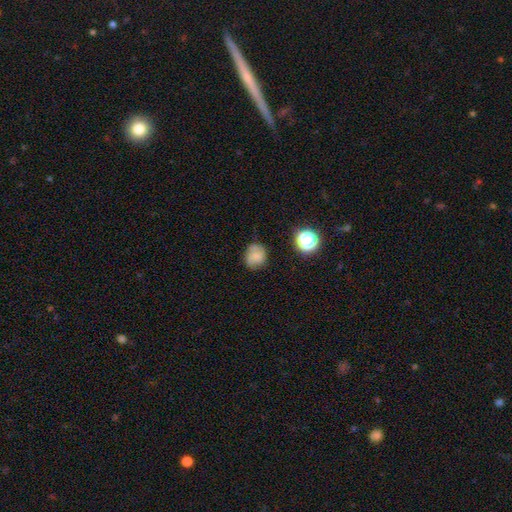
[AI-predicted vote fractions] This appears to be a smooth galaxy with no disk features (66%) that is round (70%). Merging: none (67%).